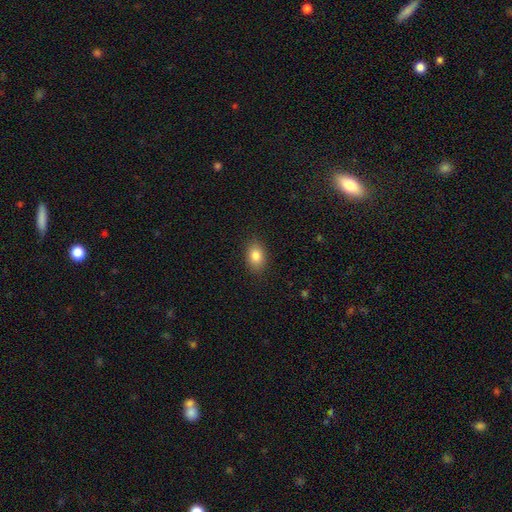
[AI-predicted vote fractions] This appears to be a smooth galaxy with no disk features (84%) that is in between round and cigar-shaped (84%). Merging: none (88%).